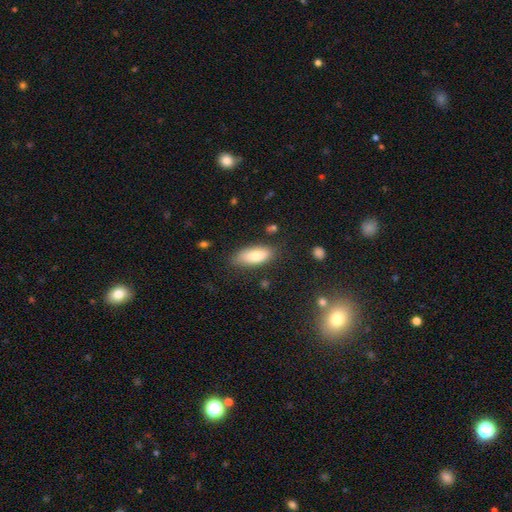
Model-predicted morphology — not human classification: Smooth or featured? smooth (79%)
How rounded? in between (81%)
Merging? none (76%)